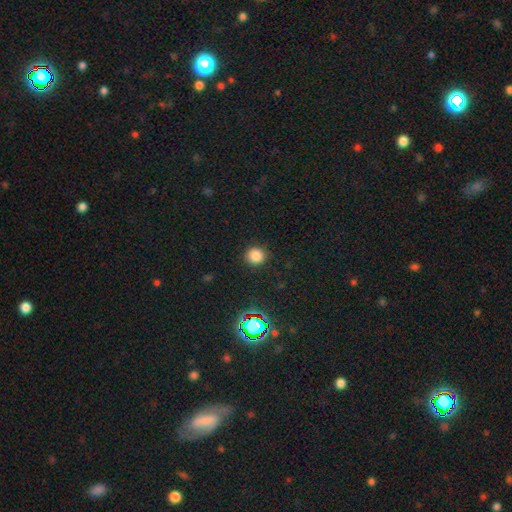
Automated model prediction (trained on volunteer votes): A smooth galaxy with no disk features (80%) that is round (90%). Merging: none (90%).